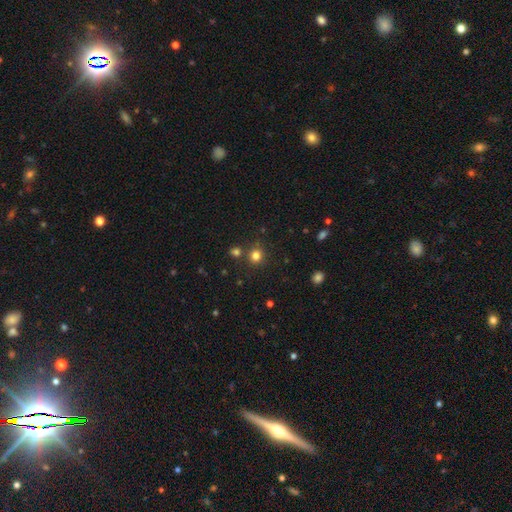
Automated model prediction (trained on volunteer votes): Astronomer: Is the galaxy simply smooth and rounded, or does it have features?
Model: smooth — 78%.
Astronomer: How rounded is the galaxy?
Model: round — 90%.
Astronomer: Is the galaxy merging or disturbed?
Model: none — 77%.